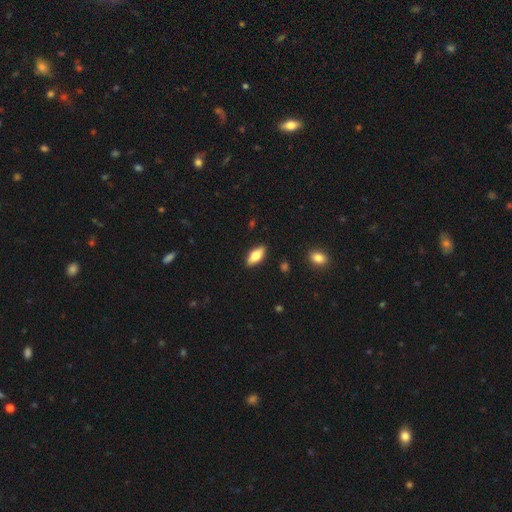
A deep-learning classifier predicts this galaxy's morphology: The model was most divided on "smooth or featured": smooth: 69%, featured or disk: 25%, star or artifact: 7%. More confident: merging — none (89%); how rounded — in between (81%).